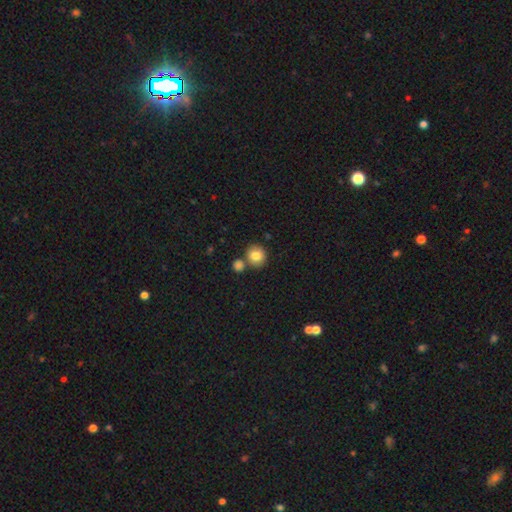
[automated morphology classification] The model was most divided on "merging": none: 66%, merger: 22%, minor disturbance: 9%, major disturbance: 3%. More confident: how rounded — round (84%); smooth or featured — smooth (83%).